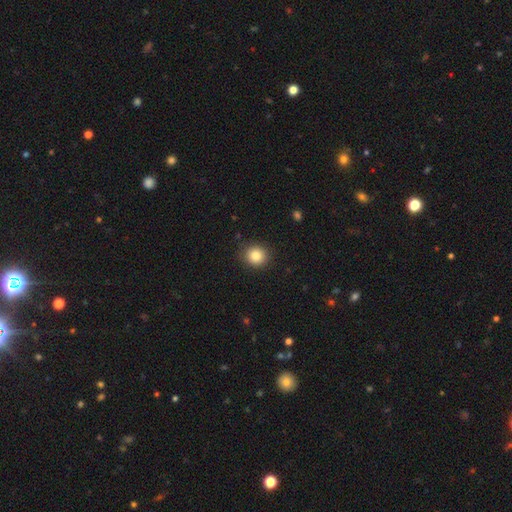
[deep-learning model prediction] Overall: smooth (85%). How rounded: round (83%). Merging: none (88%).